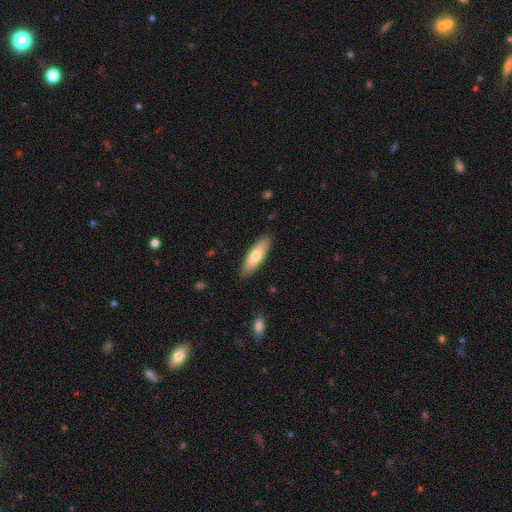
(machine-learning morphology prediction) A smooth galaxy with no disk features (69%) that is cigar-shaped (52%).

Vote fractions:
- Smooth or featured? smooth: 69% / featured or disk: 26% / star or artifact: 6%
- How rounded? cigar-shaped: 52% / in between: 47% / round: 2%
- Merging? none: 88% / minor disturbance: 9% / major disturbance: 2% / merger: 1%